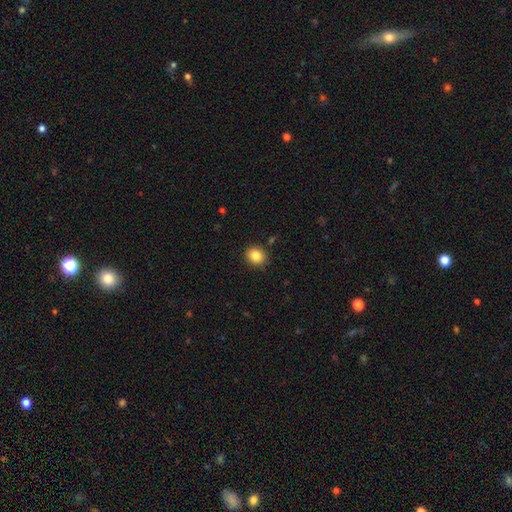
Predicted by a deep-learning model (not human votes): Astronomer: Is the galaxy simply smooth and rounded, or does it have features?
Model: smooth — 85%.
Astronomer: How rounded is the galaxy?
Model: round — 73%.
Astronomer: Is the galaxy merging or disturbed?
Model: none — 87%.